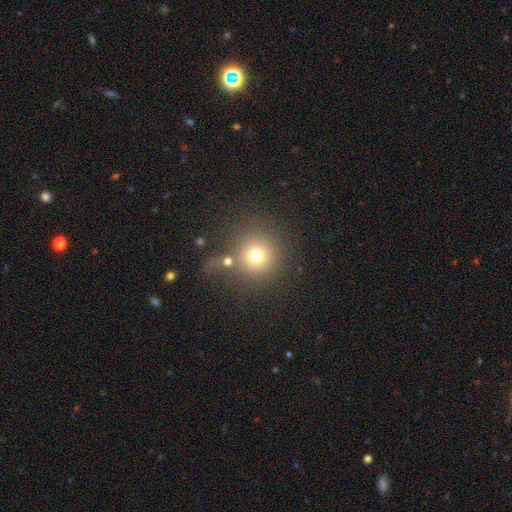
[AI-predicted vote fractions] Morphology: type=smooth (72%); roundness=round (93%); merging=none (70%).